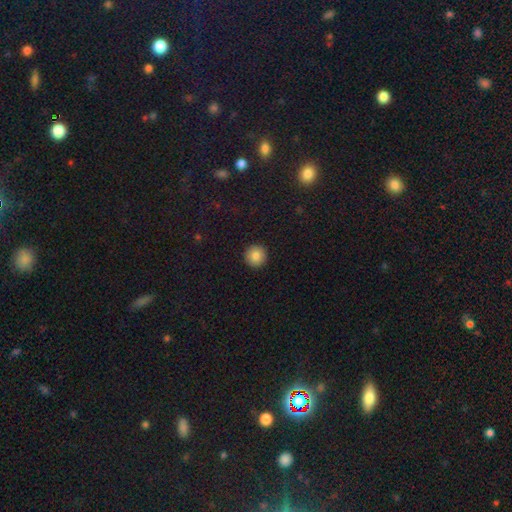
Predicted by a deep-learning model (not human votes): A smooth galaxy with no disk features (85%) that is round (96%).

Vote fractions:
- Smooth or featured? smooth: 85% / star or artifact: 9% / featured or disk: 6%
- How rounded? round: 96% / in between: 3% / cigar-shaped: 1%
- Merging? none: 93% / minor disturbance: 4% / major disturbance: 1% / merger: 1%